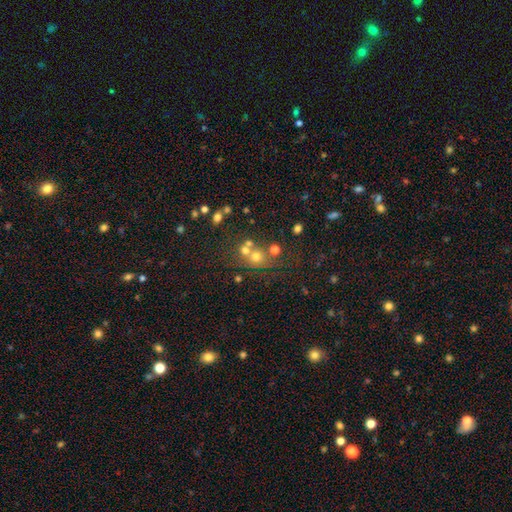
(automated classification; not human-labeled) Q: Smooth or featured?
A: smooth (50%); runner-up: star or artifact (34%)
Q: How rounded?
A: round (81%); runner-up: in between (17%)
Q: Merging?
A: none (50%); runner-up: merger (37%)